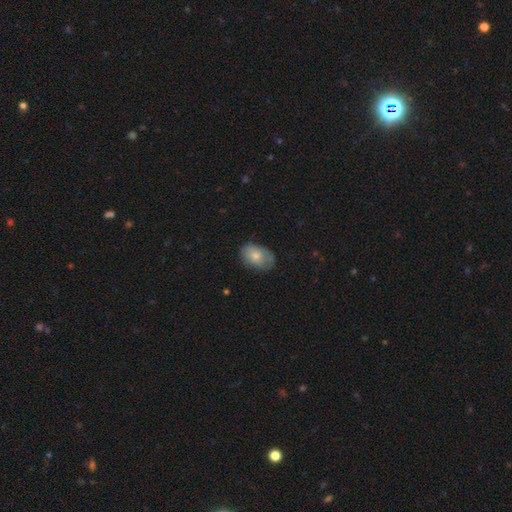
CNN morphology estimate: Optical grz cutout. It shows a smooth galaxy with no disk features (76%) that is in between round and cigar-shaped (82%). Merging: none (69%).